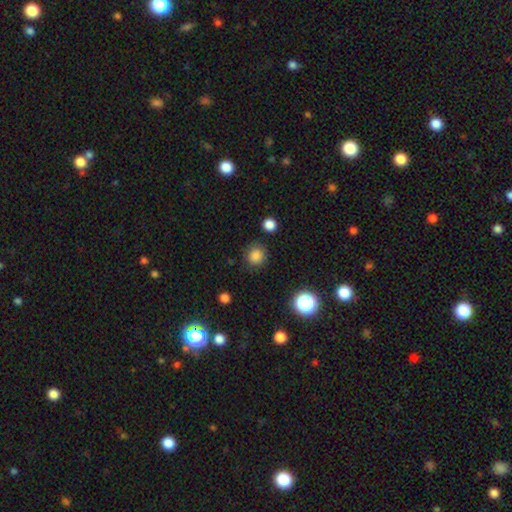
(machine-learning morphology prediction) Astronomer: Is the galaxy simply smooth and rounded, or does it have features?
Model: smooth — 82%.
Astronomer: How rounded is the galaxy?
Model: round — 91%.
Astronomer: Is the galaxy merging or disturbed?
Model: none — 85%.